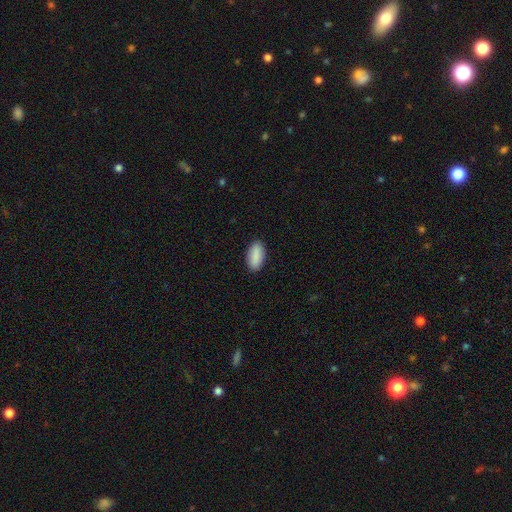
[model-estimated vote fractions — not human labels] Q: Smooth or featured?
A: smooth (90%); runner-up: star or artifact (6%)
Q: How rounded?
A: in between (90%); runner-up: cigar-shaped (8%)
Q: Merging?
A: none (90%); runner-up: minor disturbance (8%)